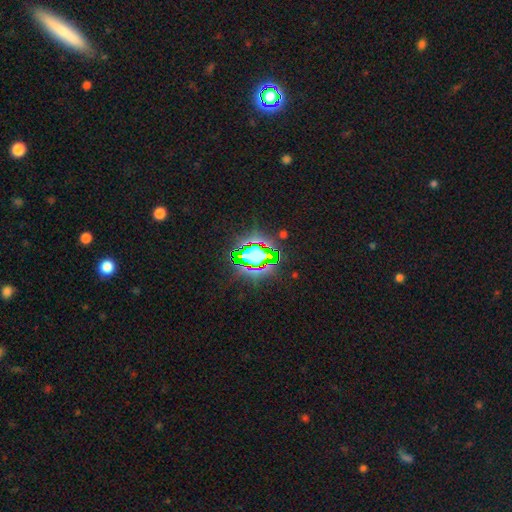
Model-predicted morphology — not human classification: smooth_or_featured: star or artifact (p=0.69) [alt: smooth p=0.18]